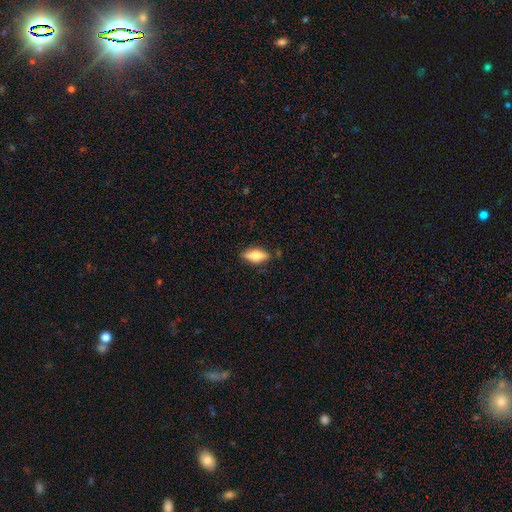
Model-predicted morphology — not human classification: smooth_or_featured: smooth (p=0.67) [alt: featured or disk p=0.26]
how_rounded: in between (p=0.71) [alt: cigar-shaped p=0.26]
merging: none (p=0.81) [alt: minor disturbance p=0.14]